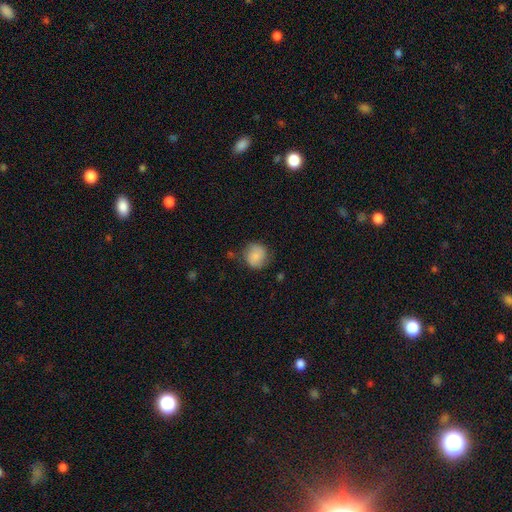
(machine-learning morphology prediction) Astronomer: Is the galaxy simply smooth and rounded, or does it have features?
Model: smooth — 81%.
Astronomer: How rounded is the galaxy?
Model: round — 84%.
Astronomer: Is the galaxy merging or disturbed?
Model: none — 73%.